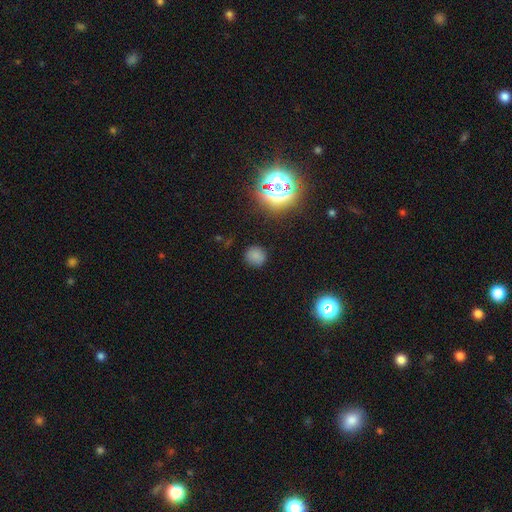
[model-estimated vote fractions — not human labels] Smooth or featured? smooth (73%)
How rounded? round (89%)
Merging? none (85%)